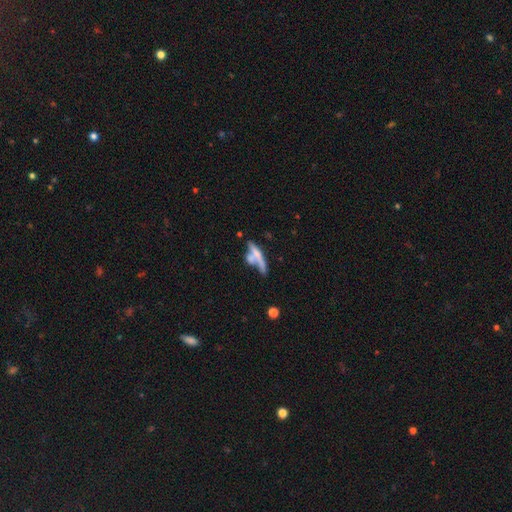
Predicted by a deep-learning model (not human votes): A smooth galaxy with no disk features (48%).

Vote fractions:
- Smooth or featured? smooth: 48% / featured or disk: 43% / star or artifact: 9%
- Merging? merger: 47% / none: 34% / minor disturbance: 11% / major disturbance: 8%